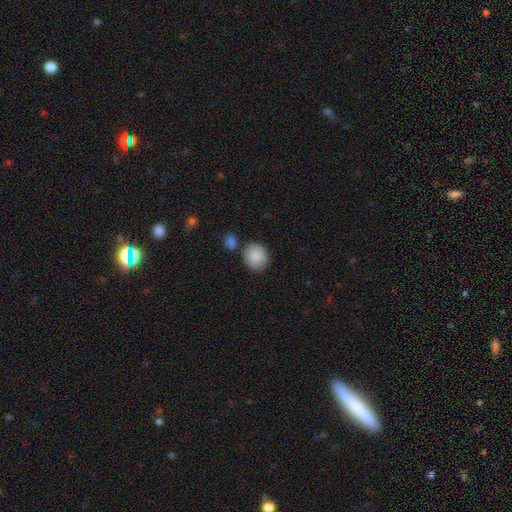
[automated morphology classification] Smooth or featured?
  - smooth: 88% *
  - star or artifact: 6%
  - featured or disk: 6%
How rounded?
  - round: 68% *
  - in between: 31%
  - cigar-shaped: 1%
Merging?
  - none: 72% *
  - minor disturbance: 14%
  - merger: 10%
  - major disturbance: 4%